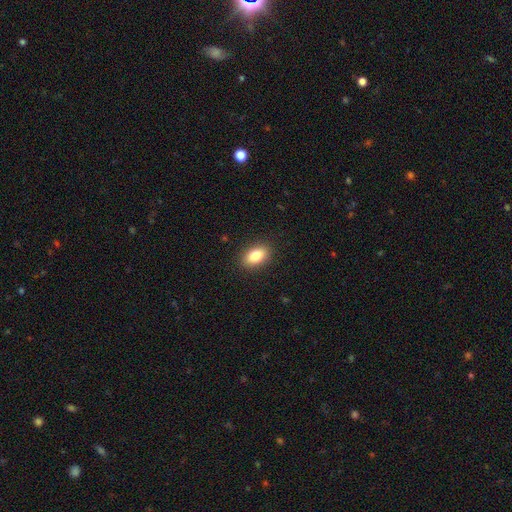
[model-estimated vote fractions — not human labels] Smooth or featured: smooth — 82% (featured or disk — 10%)
How rounded: in between — 88% (round — 9%)
Merging: none — 89% (minor disturbance — 8%)